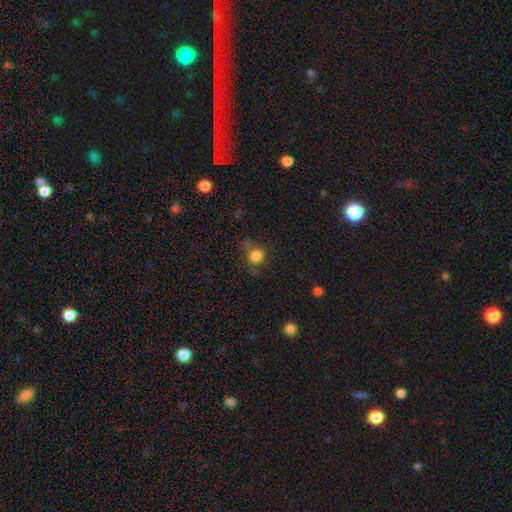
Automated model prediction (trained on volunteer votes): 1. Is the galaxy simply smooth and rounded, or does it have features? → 81% smooth, 13% star or artifact, 6% featured or disk.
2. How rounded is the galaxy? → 86% round, 13% in between, 1% cigar-shaped.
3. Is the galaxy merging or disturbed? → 63% none, 19% minor disturbance, 9% major disturbance, 9% merger.